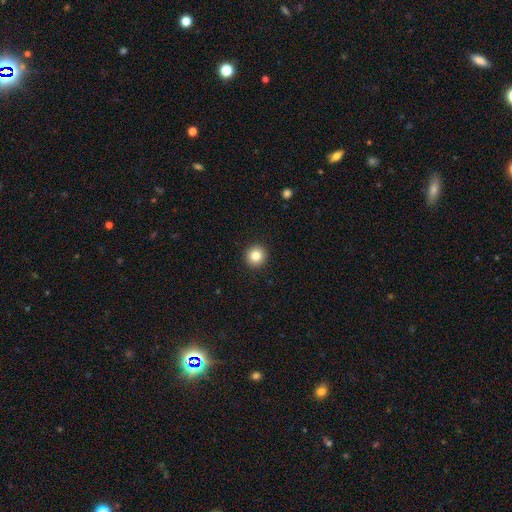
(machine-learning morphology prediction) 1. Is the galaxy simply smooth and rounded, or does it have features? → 83% smooth, 10% star or artifact, 6% featured or disk.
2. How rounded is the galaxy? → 95% round, 4% in between, 1% cigar-shaped.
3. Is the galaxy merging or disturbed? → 93% none, 4% minor disturbance, 1% major disturbance, 1% merger.